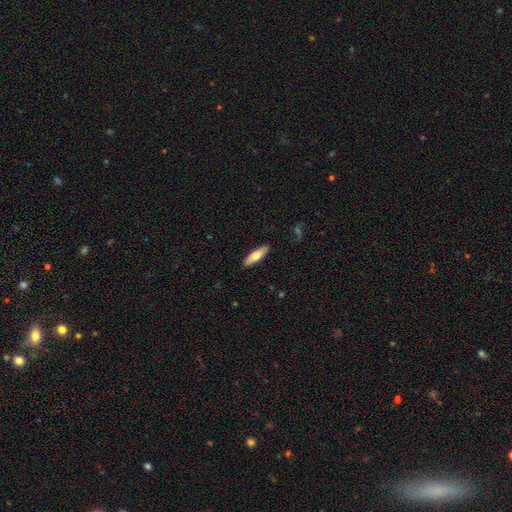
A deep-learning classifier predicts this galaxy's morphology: smooth_or_featured: smooth (p=0.68) [alt: featured or disk p=0.27]
how_rounded: cigar-shaped (p=0.60) [alt: in between p=0.38]
merging: none (p=0.89) [alt: minor disturbance p=0.08]